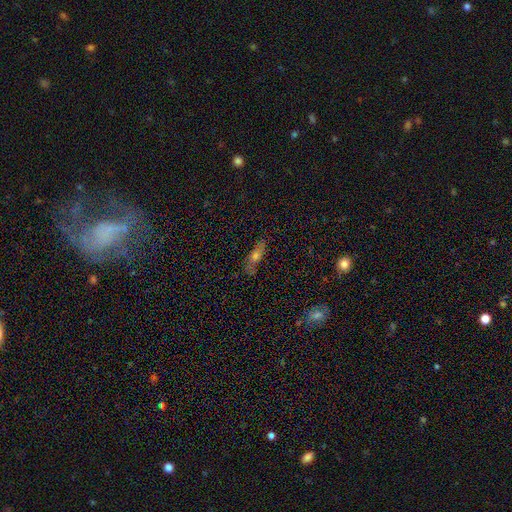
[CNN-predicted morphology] smooth-or-featured: smooth: 51% | featured or disk: 37% | star or artifact: 12%
  how-rounded: cigar-shaped: 50% | in between: 45% | round: 5%
  merging: none: 77% | minor disturbance: 16% | major disturbance: 4% | merger: 2%